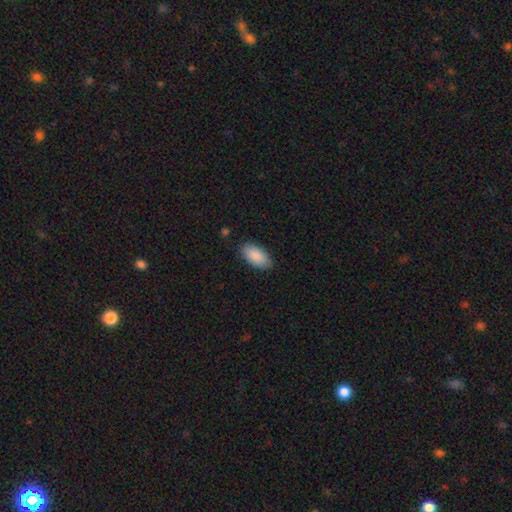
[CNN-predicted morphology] Smooth or featured? Predicted: smooth (p=0.89). How rounded? Predicted: in between (p=0.94). Merging? Predicted: none (p=0.85).